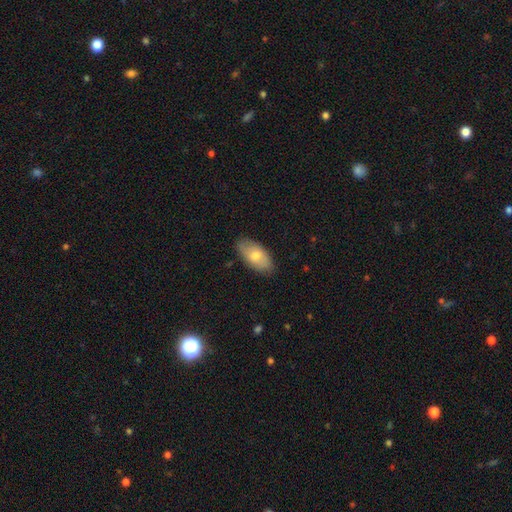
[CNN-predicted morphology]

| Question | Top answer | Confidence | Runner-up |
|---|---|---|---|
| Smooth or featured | smooth | 69% | featured or disk (24%) |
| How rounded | in between | 93% | cigar-shaped (4%) |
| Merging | none | 84% | minor disturbance (12%) |